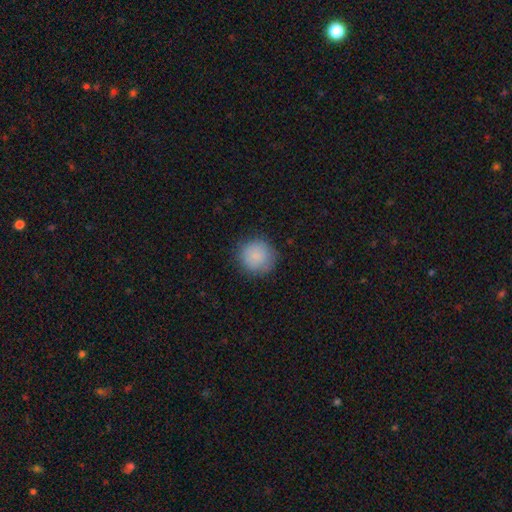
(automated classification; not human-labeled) A smooth galaxy with no disk features (85%) that is round (94%).

Vote fractions:
- Smooth or featured? smooth: 85% / star or artifact: 8% / featured or disk: 8%
- How rounded? round: 94% / in between: 5% / cigar-shaped: 1%
- Merging? none: 85% / minor disturbance: 11% / major disturbance: 3% / merger: 1%